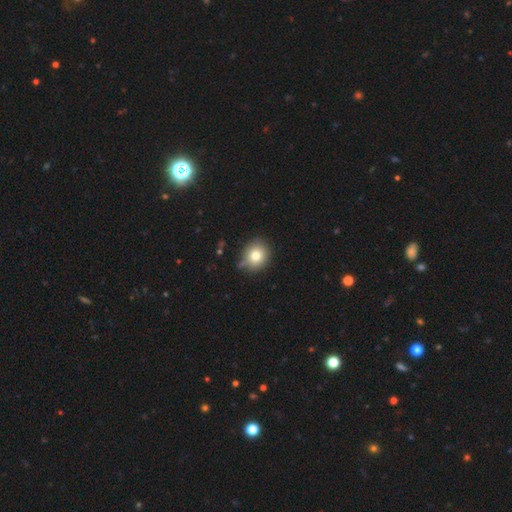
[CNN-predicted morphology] Smooth or featured? smooth (78%)
How rounded? round (80%)
Merging? none (75%)